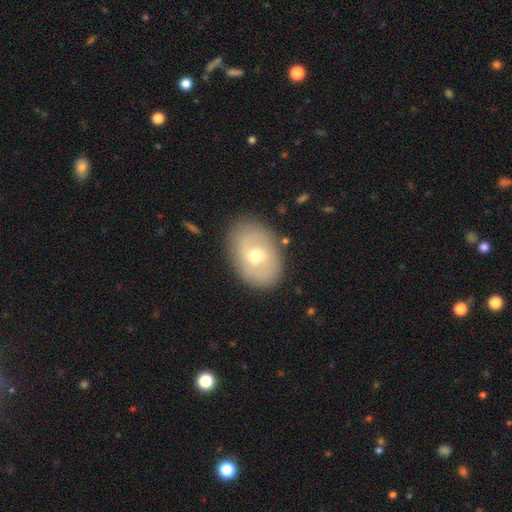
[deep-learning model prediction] smooth-or-featured: featured or disk: 51% | smooth: 42% | star or artifact: 8%
  disk-edge-on: no: 93% | yes: 7%
  merging: none: 83% | minor disturbance: 12% | major disturbance: 4% | merger: 2%